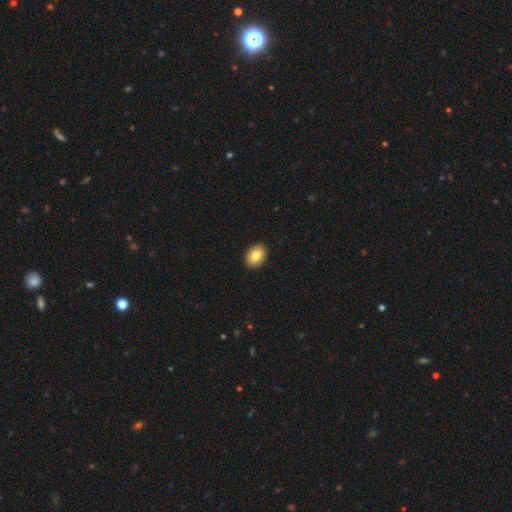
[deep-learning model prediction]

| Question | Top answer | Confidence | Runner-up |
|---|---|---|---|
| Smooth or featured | smooth | 83% | featured or disk (9%) |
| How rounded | in between | 77% | round (22%) |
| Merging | none | 92% | minor disturbance (6%) |